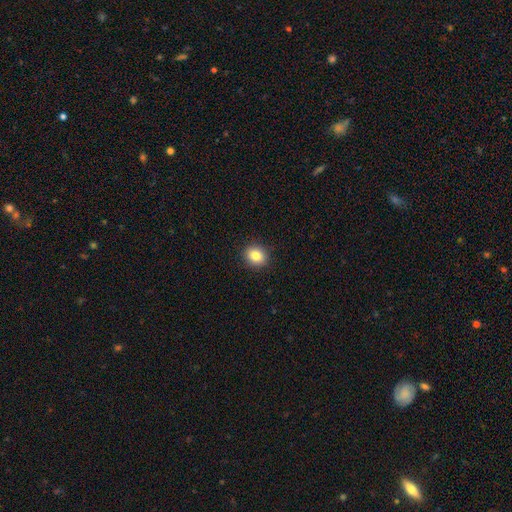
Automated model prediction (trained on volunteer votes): Smooth or featured?
  - smooth: 84% *
  - star or artifact: 10%
  - featured or disk: 7%
How rounded?
  - round: 64% *
  - in between: 35%
  - cigar-shaped: 1%
Merging?
  - none: 91% *
  - minor disturbance: 7%
  - major disturbance: 2%
  - merger: 1%